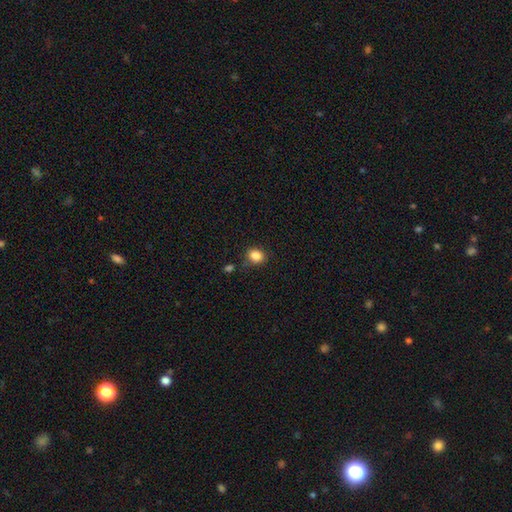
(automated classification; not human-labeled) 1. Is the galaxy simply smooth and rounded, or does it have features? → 85% smooth, 11% star or artifact, 5% featured or disk.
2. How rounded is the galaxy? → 66% round, 33% in between, 1% cigar-shaped.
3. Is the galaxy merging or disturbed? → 81% none, 12% minor disturbance, 4% merger, 3% major disturbance.